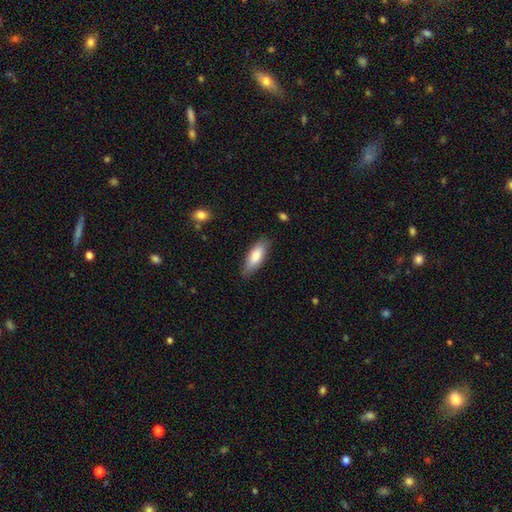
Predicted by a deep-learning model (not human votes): Q: Smooth or featured?
A: smooth (80%); runner-up: featured or disk (15%)
Q: How rounded?
A: in between (68%); runner-up: cigar-shaped (30%)
Q: Merging?
A: none (84%); runner-up: minor disturbance (13%)